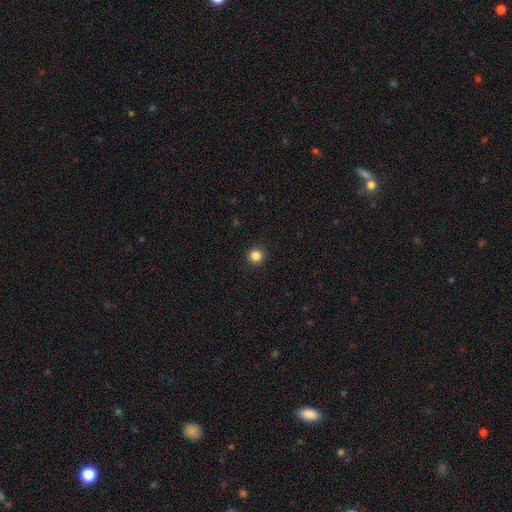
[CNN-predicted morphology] Smooth or featured? Predicted: smooth (p=0.85). How rounded? Predicted: round (p=0.95). Merging? Predicted: none (p=0.93).